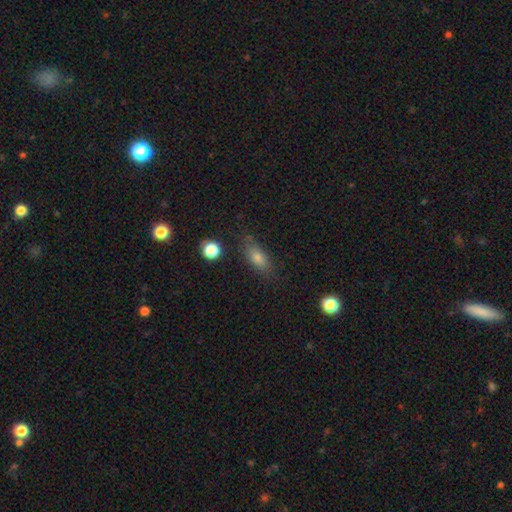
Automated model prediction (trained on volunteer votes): Smooth or featured: smooth — 70% (featured or disk — 16%)
How rounded: in between — 69% (cigar-shaped — 23%)
Merging: none — 77% (minor disturbance — 16%)